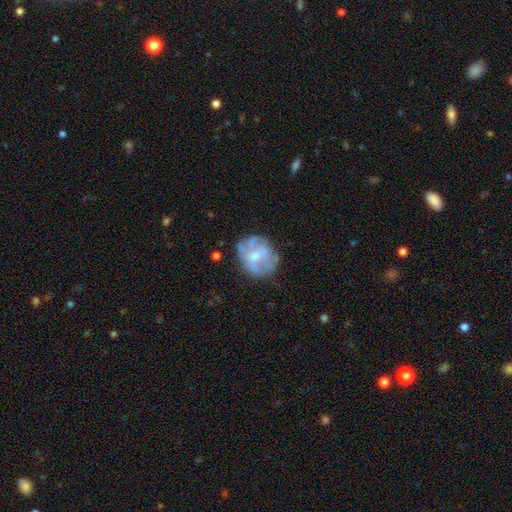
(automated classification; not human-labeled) Smooth or featured?
  - featured or disk: 53% *
  - smooth: 39%
  - star or artifact: 8%
Edge-on disk?
  - no: 97% *
  - yes: 3%
Bar?
  - no: 67% *
  - weak: 27%
  - strong: 6%
Spiral arms?
  - no: 70% *
  - yes: 30%
Bulge size?
  - moderate: 51% *
  - small: 37%
  - none: 7%
  - large: 3%
  - dominant: 1%
Merging?
  - none: 59% *
  - minor disturbance: 23%
  - major disturbance: 14%
  - merger: 3%